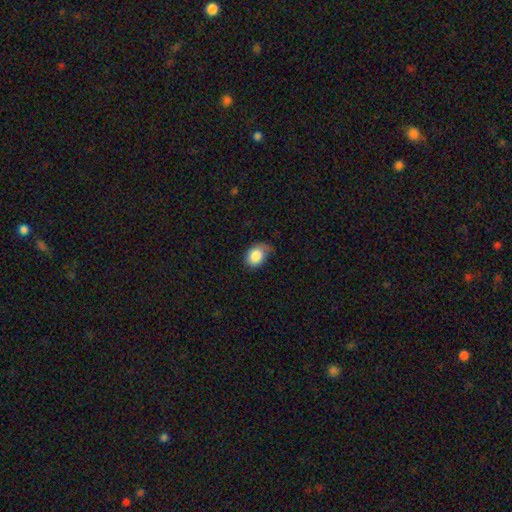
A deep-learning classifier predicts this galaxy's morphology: Smooth or featured? smooth (85%)
How rounded? in between (61%)
Merging? none (46%)